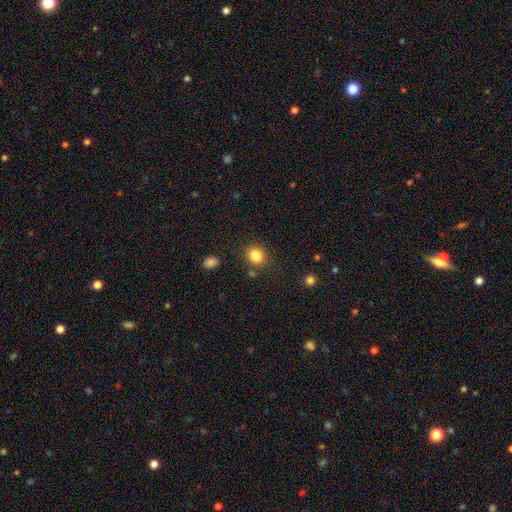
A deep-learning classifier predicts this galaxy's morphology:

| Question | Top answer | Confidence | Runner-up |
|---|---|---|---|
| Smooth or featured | smooth | 84% | star or artifact (11%) |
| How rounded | round | 78% | in between (21%) |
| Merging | none | 83% | minor disturbance (9%) |